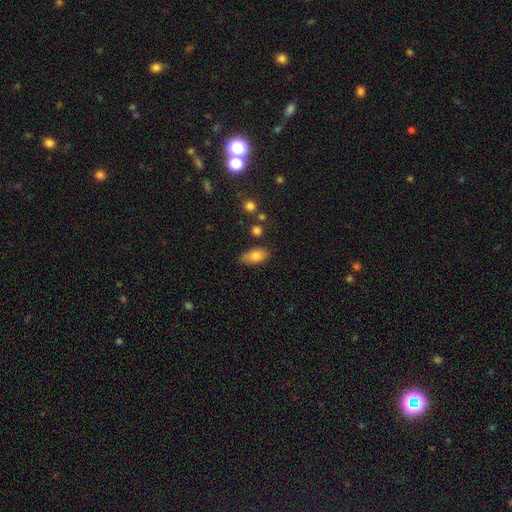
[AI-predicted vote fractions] A smooth galaxy with no disk features (81%) that is in between round and cigar-shaped (88%). Merging: none (74%).